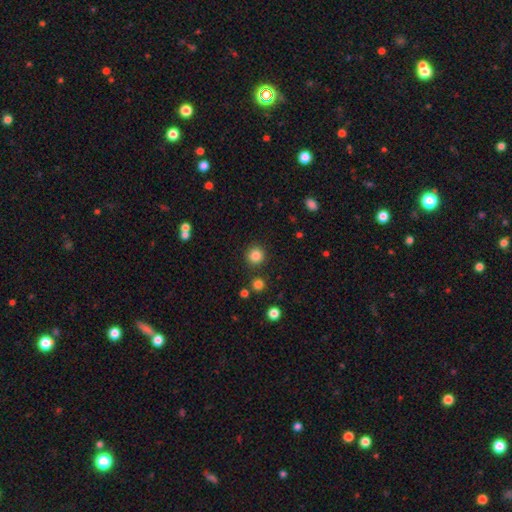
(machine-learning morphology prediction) smooth_or_featured: smooth (p=0.85) [alt: star or artifact p=0.11]
how_rounded: round (p=0.94) [alt: in between p=0.05]
merging: none (p=0.89) [alt: minor disturbance p=0.06]